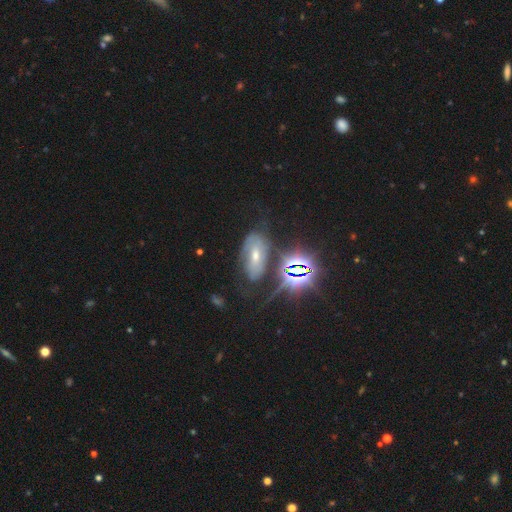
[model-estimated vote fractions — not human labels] Smooth or featured?
  - featured or disk: 44% *
  - star or artifact: 40%
  - smooth: 16%
Merging?
  - none: 60% *
  - minor disturbance: 21%
  - major disturbance: 13%
  - merger: 5%